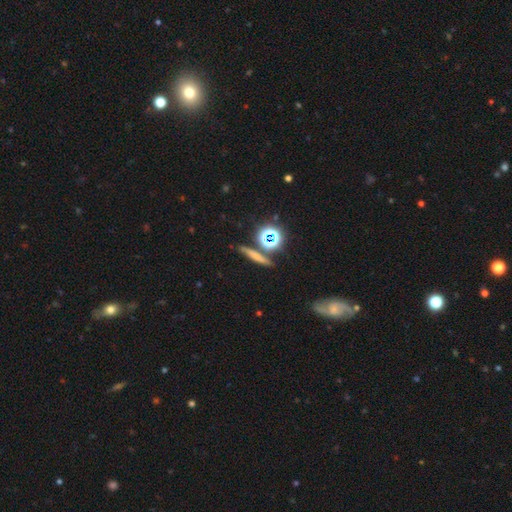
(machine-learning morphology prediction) Smooth or featured? smooth (58%)
How rounded? cigar-shaped (75%)
Merging? none (78%)